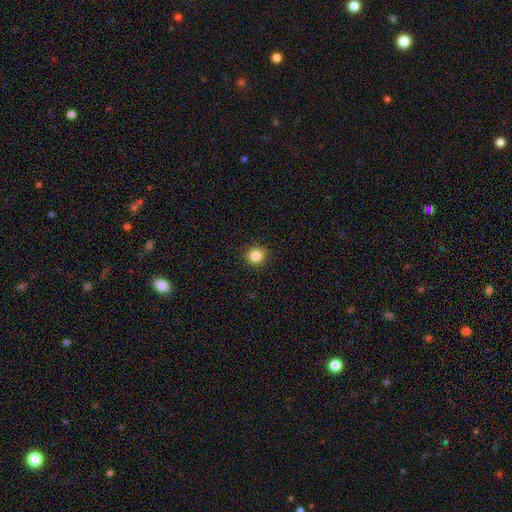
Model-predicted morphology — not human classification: The model was most divided on "smooth or featured": smooth: 84%, star or artifact: 11%, featured or disk: 5%. More confident: merging — none (90%); how rounded — round (87%).